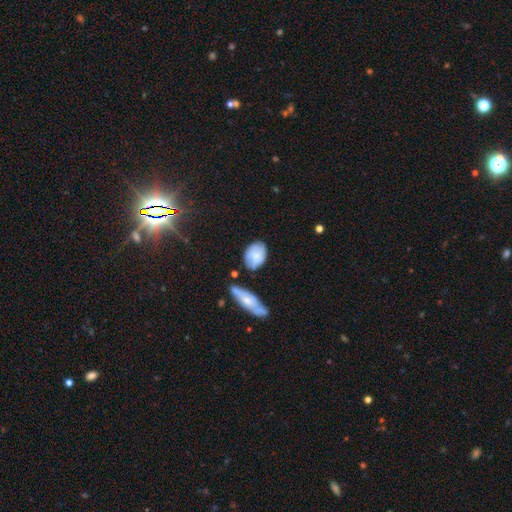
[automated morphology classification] smooth_or_featured: smooth (p=0.63) [alt: featured or disk p=0.30]
how_rounded: in between (p=0.79) [alt: round p=0.18]
merging: none (p=0.62) [alt: minor disturbance p=0.25]